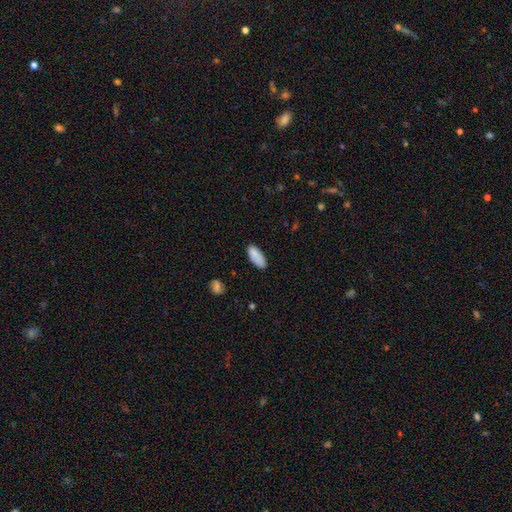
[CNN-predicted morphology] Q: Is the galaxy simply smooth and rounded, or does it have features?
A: smooth — 87%.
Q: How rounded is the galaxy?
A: in between — 82%.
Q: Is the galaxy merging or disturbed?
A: none — 77%.